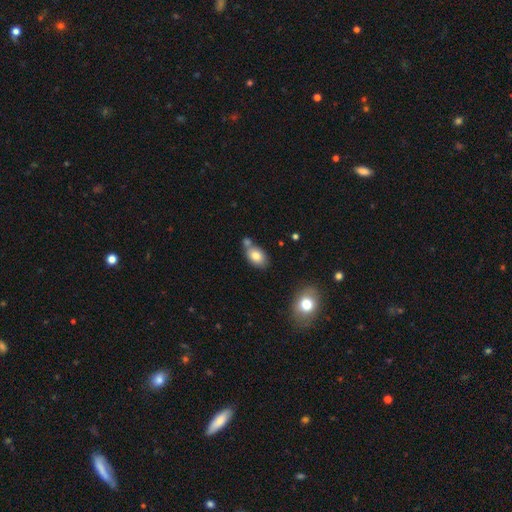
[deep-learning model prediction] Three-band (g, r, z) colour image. It shows a smooth galaxy with no disk features (79%) that is in between round and cigar-shaped (87%). Merging: none (52%).